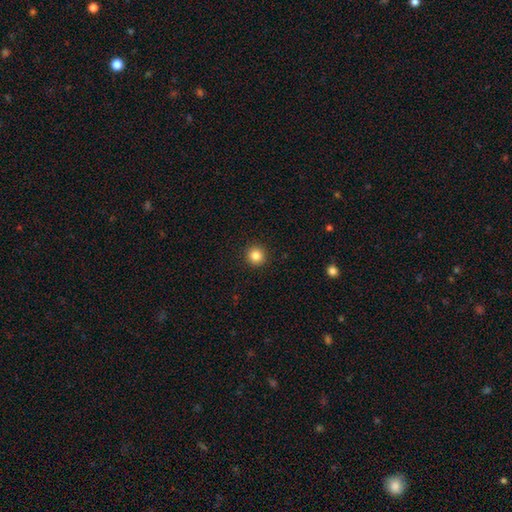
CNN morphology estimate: The model was most divided on "smooth or featured": smooth: 84%, star or artifact: 11%, featured or disk: 5%. More confident: how rounded — round (95%); merging — none (93%).